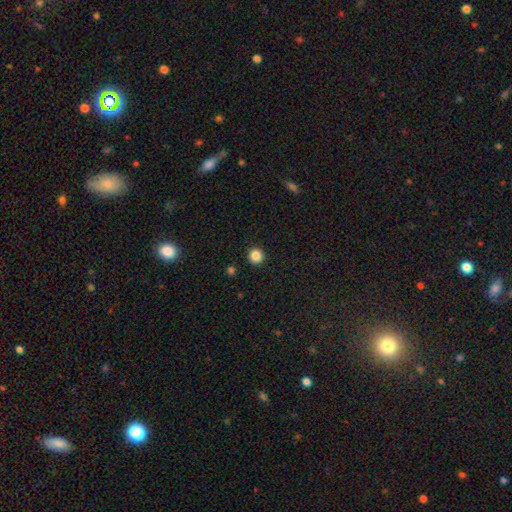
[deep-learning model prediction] A smooth galaxy with no disk features (86%) that is round (94%). Merging: none (93%).